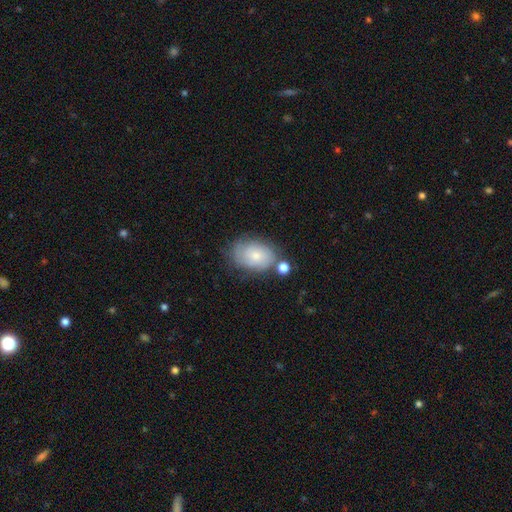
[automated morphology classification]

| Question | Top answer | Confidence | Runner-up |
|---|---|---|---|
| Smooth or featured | smooth | 46% | tied: featured or disk (46%) |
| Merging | none | 60% | minor disturbance (23%) |